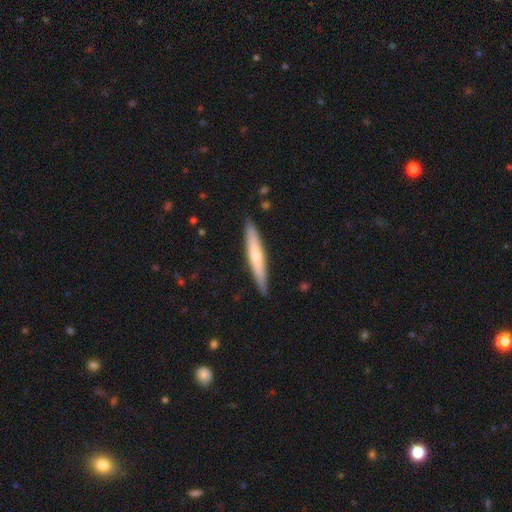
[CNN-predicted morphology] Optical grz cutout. It shows a smooth galaxy with no disk features (53%) that is cigar-shaped (94%). Merging: none (89%).